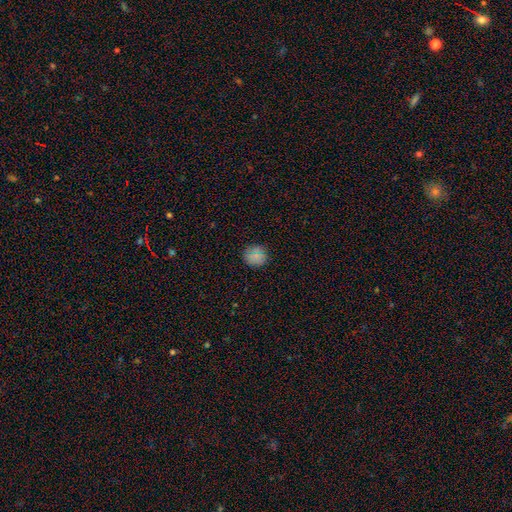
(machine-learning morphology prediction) smooth_or_featured: smooth (p=0.79) [alt: star or artifact p=0.15]
how_rounded: round (p=0.87) [alt: in between p=0.12]
merging: none (p=0.89) [alt: minor disturbance p=0.08]